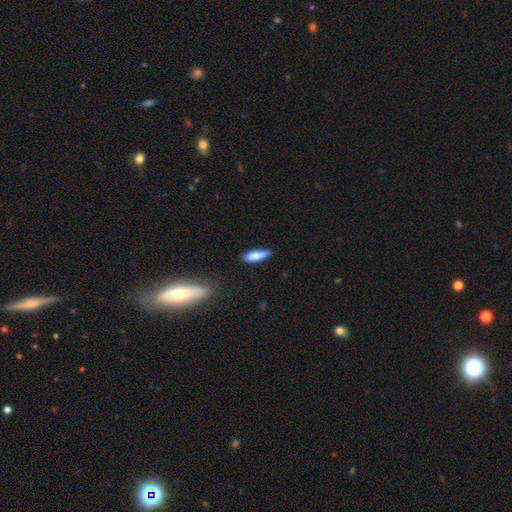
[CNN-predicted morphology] smooth 81%, featured or disk 13%, star or artifact 6%. Down the decision tree: how rounded — cigar-shaped (56%); merging — none (77%).